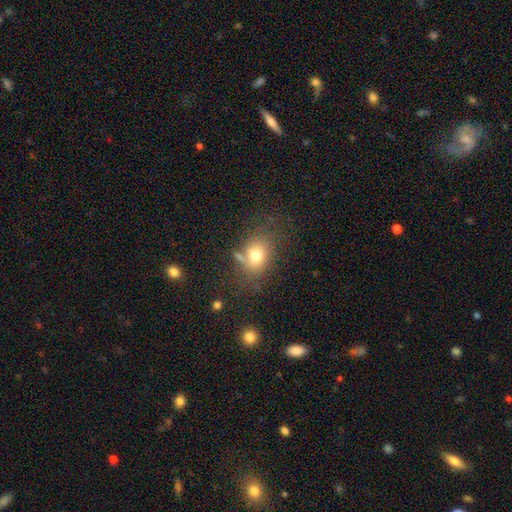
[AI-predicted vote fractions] Overall: smooth (73%). How rounded: in between (58%; round 40%). Merging: none (60%).